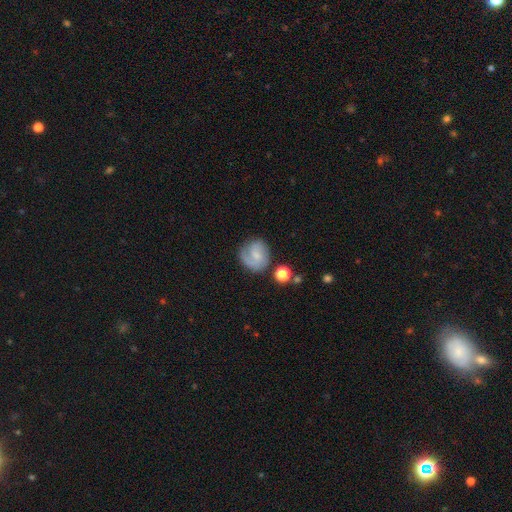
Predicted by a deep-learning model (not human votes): Overall: featured or disk (55%; smooth 37%). Edge-on disk: no (98%). Bar: no (49%; weak 43%). Spiral arms: yes (87%). Bulge size: small (50%; none 26%). Merging: none (66%).